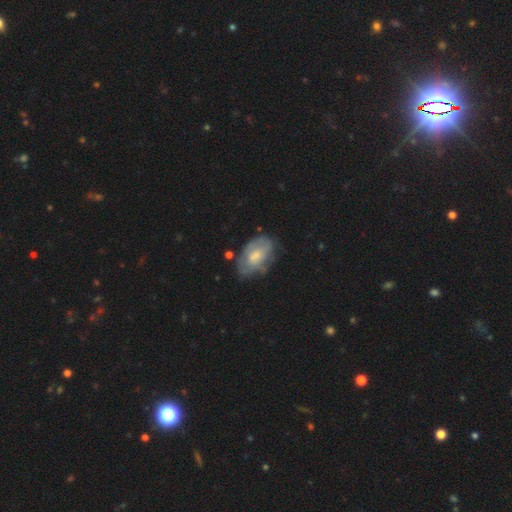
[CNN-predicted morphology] smooth-or-featured: smooth: 47% | featured or disk: 46% | star or artifact: 6%
  merging: none: 58% | minor disturbance: 27% | major disturbance: 11% | merger: 4%